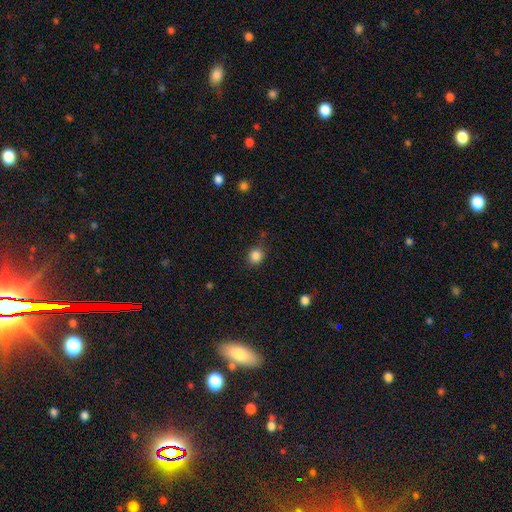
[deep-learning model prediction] smooth-or-featured: smooth: 85% | star or artifact: 11% | featured or disk: 4%
  how-rounded: round: 87% | in between: 12% | cigar-shaped: 1%
  merging: none: 85% | minor disturbance: 10% | major disturbance: 3% | merger: 2%